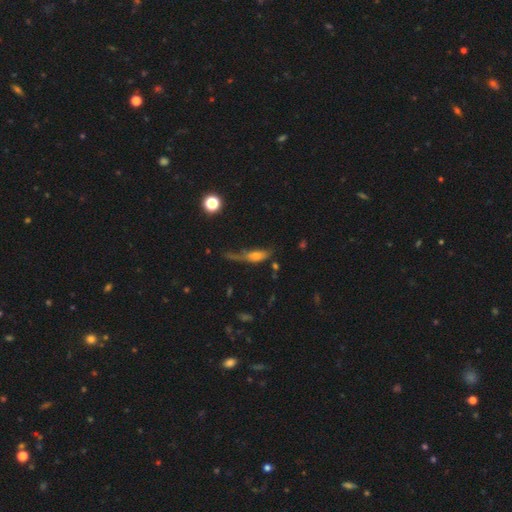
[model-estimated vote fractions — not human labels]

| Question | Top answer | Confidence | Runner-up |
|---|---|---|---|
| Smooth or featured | smooth | 54% | featured or disk (34%) |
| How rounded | in between | 49% | cigar-shaped (46%) |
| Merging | major disturbance | 35% | none (29%) |